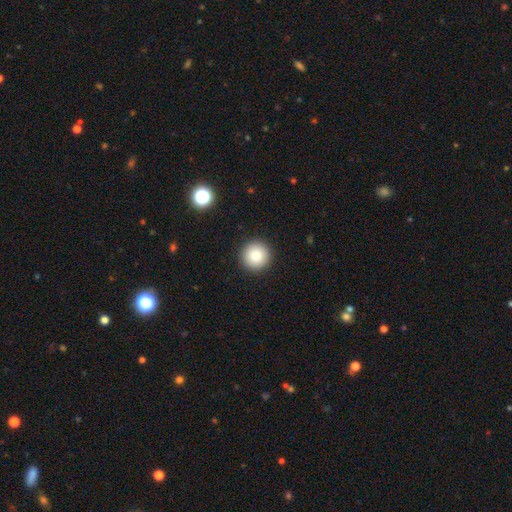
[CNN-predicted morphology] Overall: smooth (83%). How rounded: round (96%). Merging: none (93%).